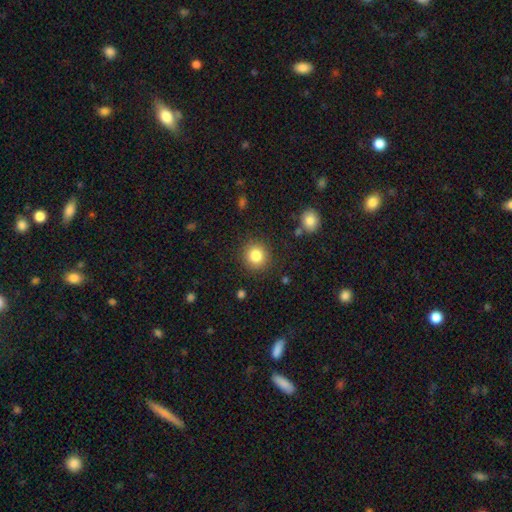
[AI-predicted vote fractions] Smooth or featured? smooth (83%)
How rounded? round (91%)
Merging? none (88%)